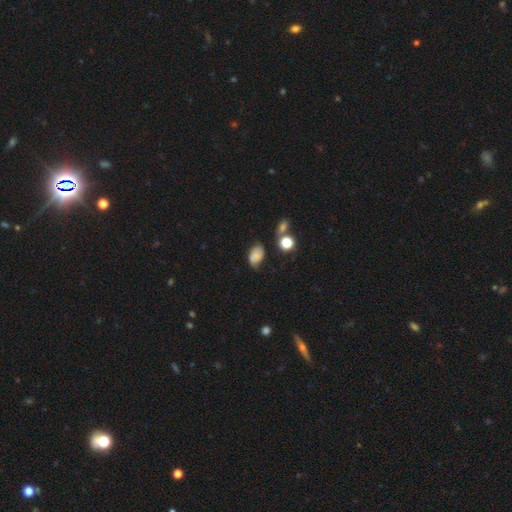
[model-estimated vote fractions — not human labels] smooth-or-featured: smooth: 68% | featured or disk: 19% | star or artifact: 13%
  how-rounded: in between: 81% | round: 17% | cigar-shaped: 1%
  merging: none: 50% | minor disturbance: 34% | major disturbance: 11% | merger: 6%